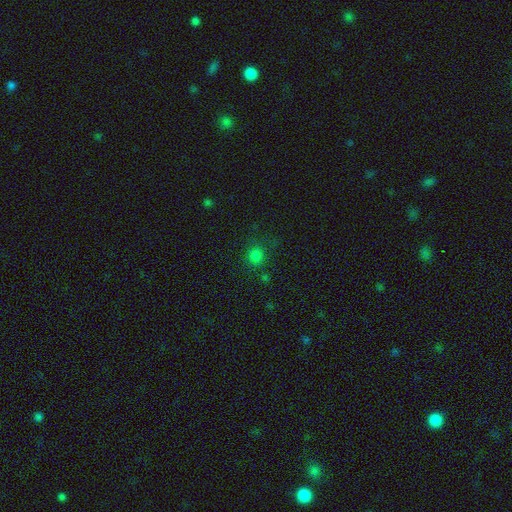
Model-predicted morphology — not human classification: Overall: smooth (77%). How rounded: round (83%). Merging: none (77%).